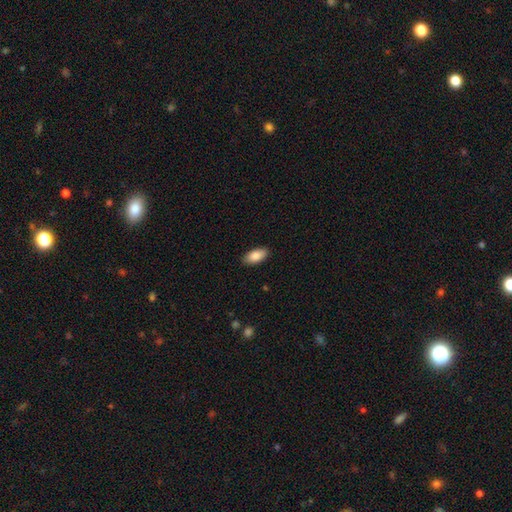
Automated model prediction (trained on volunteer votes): smooth_or_featured: smooth (p=0.87) [alt: featured or disk p=0.07]
how_rounded: in between (p=0.91) [alt: cigar-shaped p=0.07]
merging: none (p=0.89) [alt: minor disturbance p=0.09]